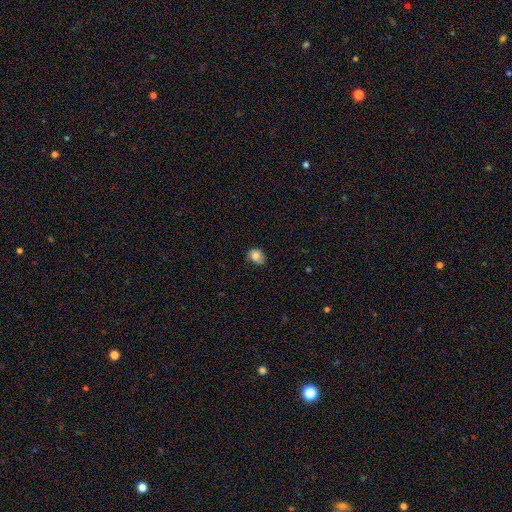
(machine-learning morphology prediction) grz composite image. It shows a smooth galaxy with no disk features (79%) that is in between round and cigar-shaped (51%). Merging: none (61%).